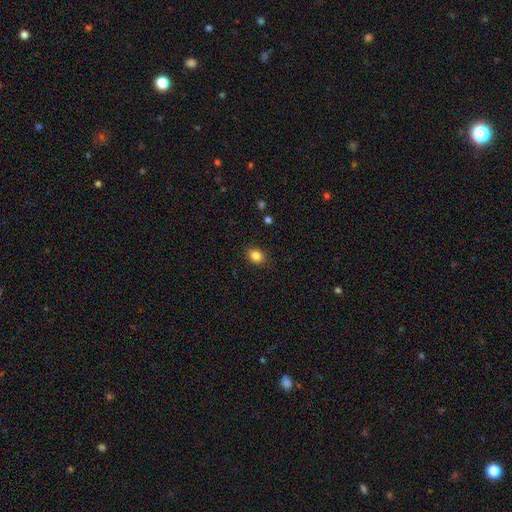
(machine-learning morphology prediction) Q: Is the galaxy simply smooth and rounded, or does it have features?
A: smooth — 85%.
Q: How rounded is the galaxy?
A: in between — 55%.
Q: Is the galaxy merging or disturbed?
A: none — 88%.